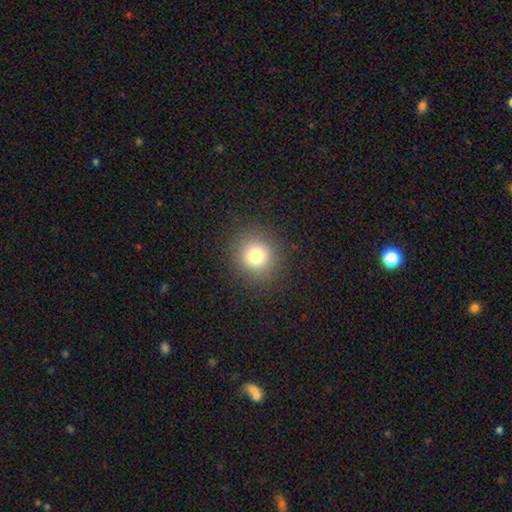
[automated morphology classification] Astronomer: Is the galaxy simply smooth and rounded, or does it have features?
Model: smooth — 78%.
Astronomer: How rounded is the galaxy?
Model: round — 91%.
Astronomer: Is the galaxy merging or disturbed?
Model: none — 89%.